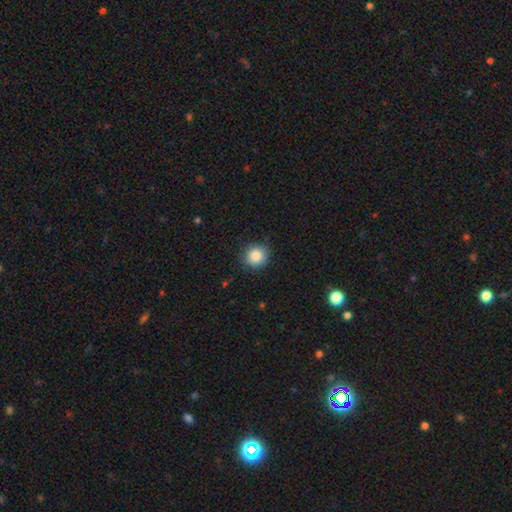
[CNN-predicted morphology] The model was most divided on "merging": none: 85%, minor disturbance: 11%, major disturbance: 2%, merger: 1%. More confident: how rounded — round (89%); smooth or featured — smooth (86%).